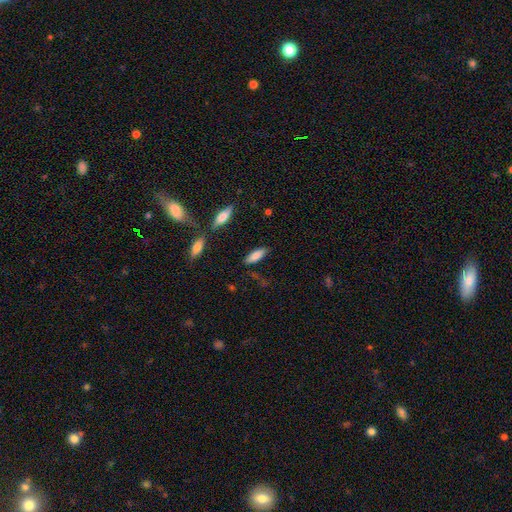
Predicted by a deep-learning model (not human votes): Smooth or featured? Predicted: smooth (p=0.83). How rounded? Predicted: in between (p=0.63). Merging? Predicted: none (p=0.77).